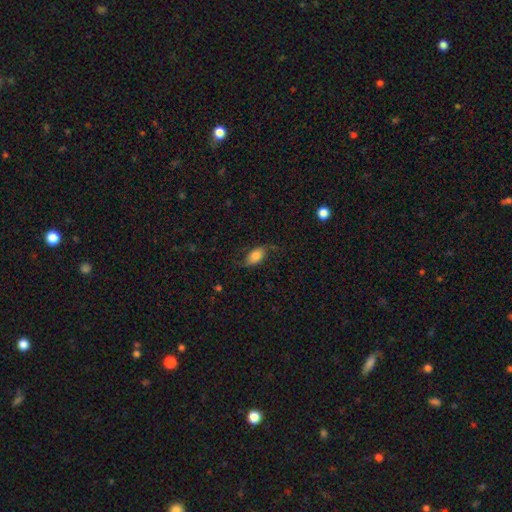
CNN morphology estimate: Smooth or featured? Predicted: smooth (p=0.62). How rounded? Predicted: in between (p=0.89). Merging? Predicted: none (p=0.65).